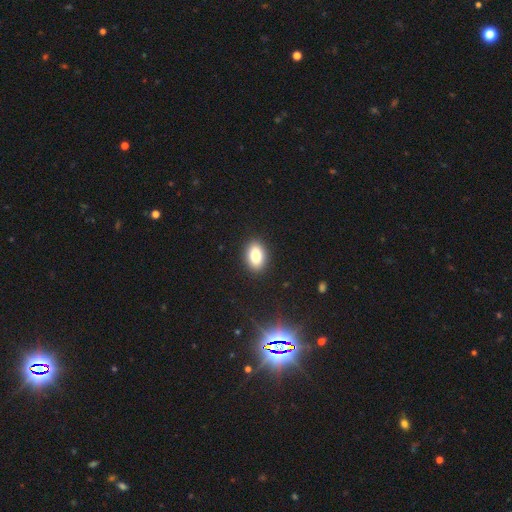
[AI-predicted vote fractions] A smooth galaxy with no disk features (81%) that is in between round and cigar-shaped (83%).

Vote fractions:
- Smooth or featured? smooth: 81% / star or artifact: 10% / featured or disk: 9%
- How rounded? in between: 83% / round: 15% / cigar-shaped: 2%
- Merging? none: 90% / minor disturbance: 7% / major disturbance: 2% / merger: 1%